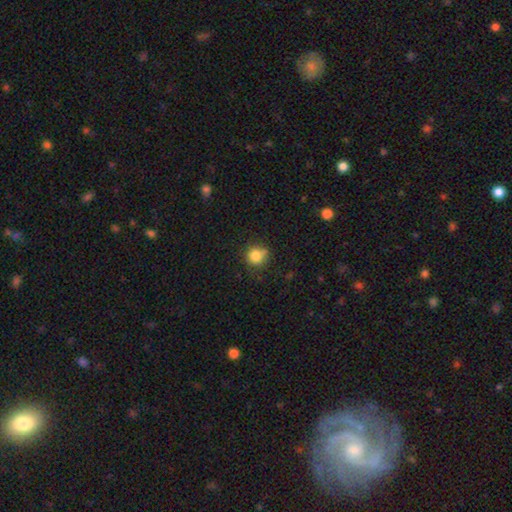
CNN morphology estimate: smooth 82%, star or artifact 11%, featured or disk 7%. Down the decision tree: how rounded — round (89%); merging — none (70%).